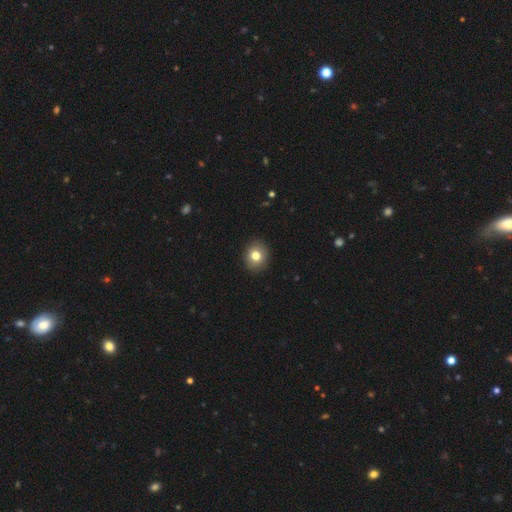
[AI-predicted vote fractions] Morphology: type=smooth (80%); roundness=round (71%); merging=none (91%).